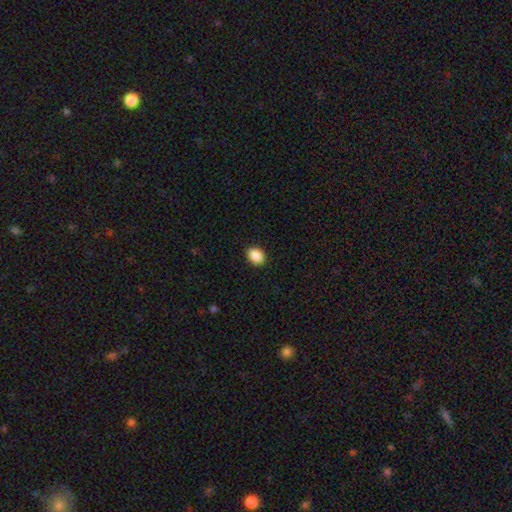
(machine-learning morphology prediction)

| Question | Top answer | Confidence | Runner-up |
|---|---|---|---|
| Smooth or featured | smooth | 89% | star or artifact (8%) |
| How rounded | in between | 59% | round (41%) |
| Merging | none | 90% | minor disturbance (7%) |